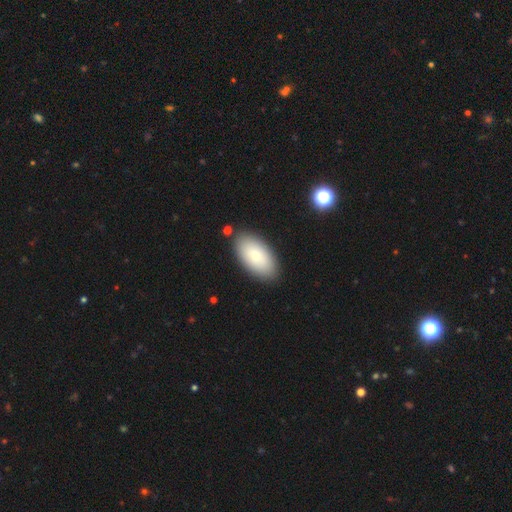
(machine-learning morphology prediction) Q: Smooth or featured?
A: smooth (79%); runner-up: featured or disk (15%)
Q: How rounded?
A: in between (95%); runner-up: round (3%)
Q: Merging?
A: none (86%); runner-up: minor disturbance (9%)